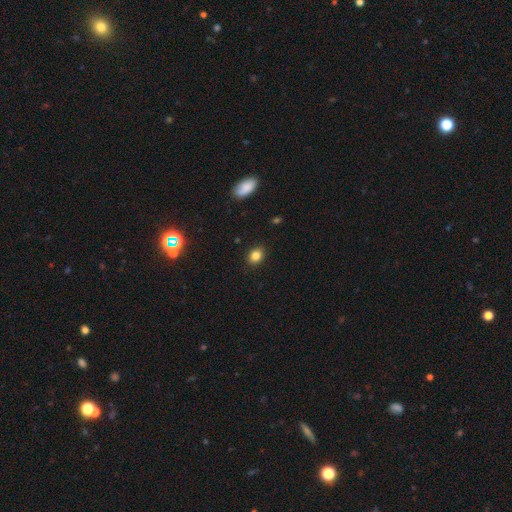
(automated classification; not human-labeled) This is clearly a smooth galaxy (83%). How rounded: possibly round (51%). Merging: clearly none (89%).